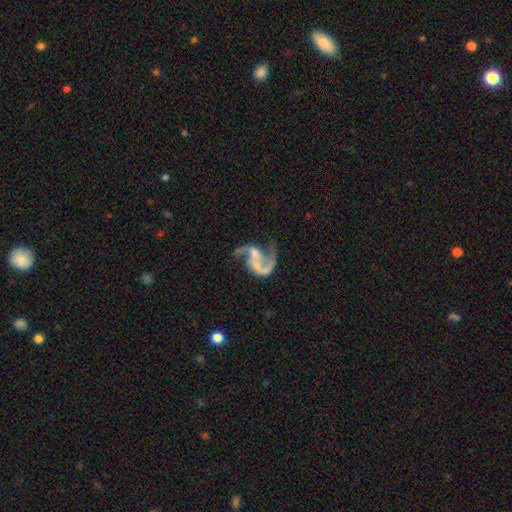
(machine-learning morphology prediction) smooth-or-featured: featured or disk: 86% | smooth: 7% | star or artifact: 7%
  disk-edge-on: no: 98% | yes: 2%
    bar: no: 52% | weak: 34% | strong: 14%
    has-spiral-arms: yes: 92% | no: 8%
      spiral-winding: loose: 60% | medium: 33% | tight: 7%
      spiral-arm-count: 2: 78% | 1: 15% | can't tell: 3% | 3: 2% | 4: 1% | more than 4: 1%
    bulge-size: small: 42% | none: 32% | moderate: 21% | large: 3% | dominant: 1%
  merging: none: 41% | major disturbance: 29% | minor disturbance: 16% | merger: 14%